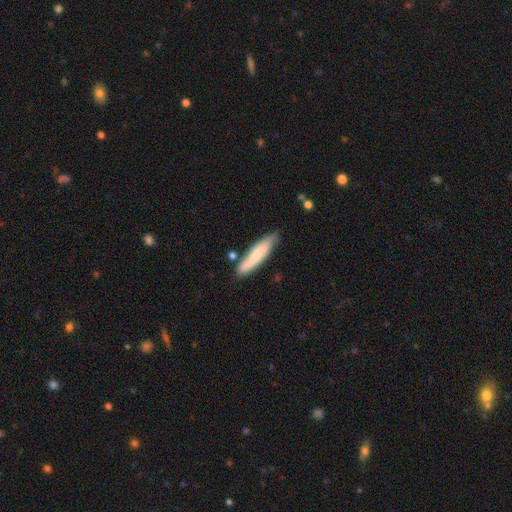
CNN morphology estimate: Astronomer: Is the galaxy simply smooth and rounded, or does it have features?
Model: smooth — 74%.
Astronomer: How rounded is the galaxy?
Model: cigar-shaped — 79%.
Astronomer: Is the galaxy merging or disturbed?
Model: none — 74%.